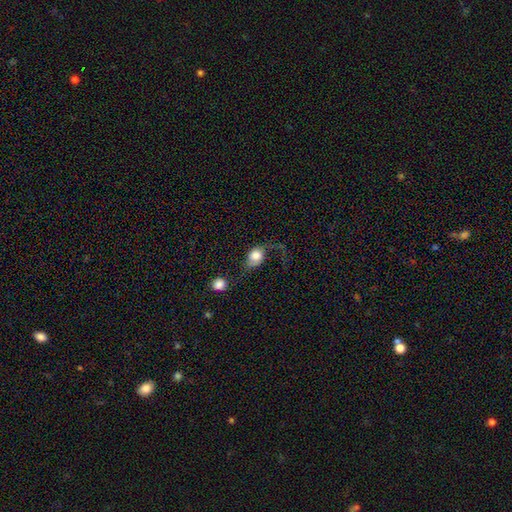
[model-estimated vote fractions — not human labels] Smooth or featured? smooth (68%)
How rounded? round (50%)
Merging? major disturbance (41%)